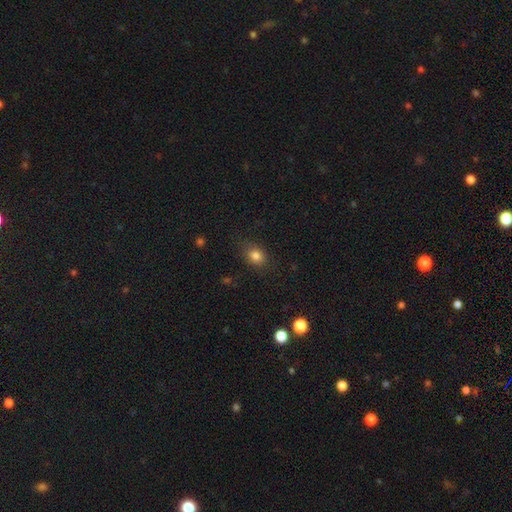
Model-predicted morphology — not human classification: smooth-or-featured: smooth: 82% | star or artifact: 11% | featured or disk: 7%
  how-rounded: in between: 54% | round: 45% | cigar-shaped: 1%
  merging: none: 80% | minor disturbance: 15% | major disturbance: 4% | merger: 1%